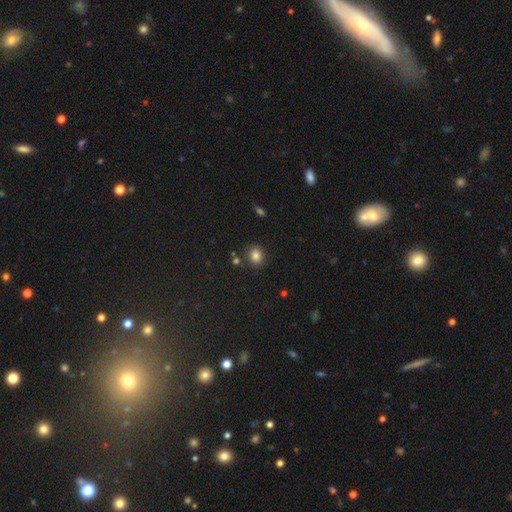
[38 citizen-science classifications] Q: Smooth or featured?
A: smooth (87%); runner-up: star or artifact (8%)
Q: How rounded?
A: round (79%); runner-up: in between (21%)
Q: Merging?
A: none (83%); runner-up: minor disturbance (9%)